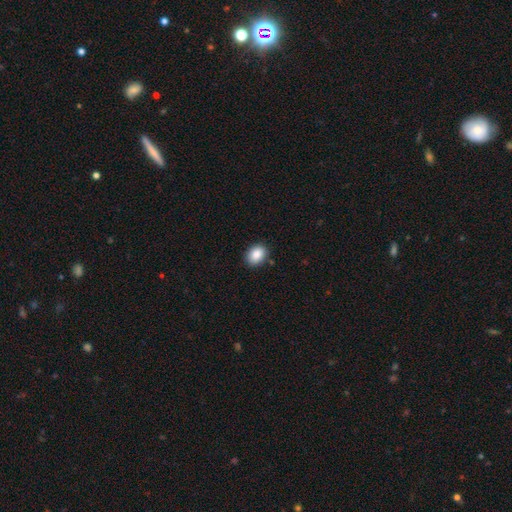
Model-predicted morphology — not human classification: This is clearly a smooth galaxy (88%). How rounded: likely in between (68%). Merging: clearly none (86%).